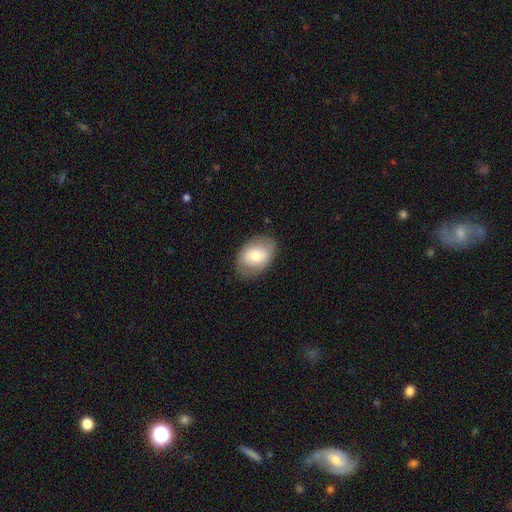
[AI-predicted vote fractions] Smooth or featured: smooth — 68% (featured or disk — 25%)
How rounded: in between — 81% (round — 18%)
Merging: none — 80% (minor disturbance — 15%)